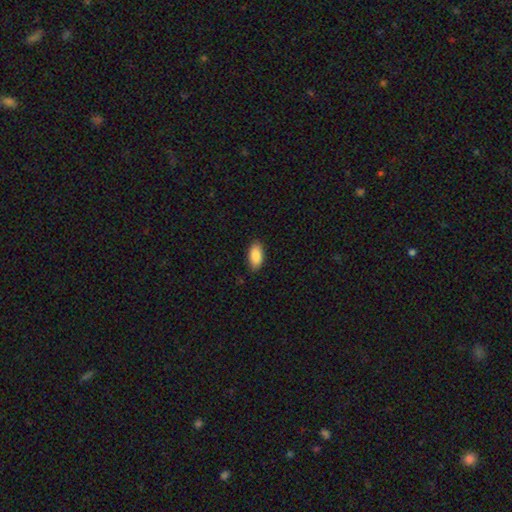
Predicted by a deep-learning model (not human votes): This appears to be a smooth galaxy with no disk features (88%) that is in between round and cigar-shaped (93%). Merging: none (84%).